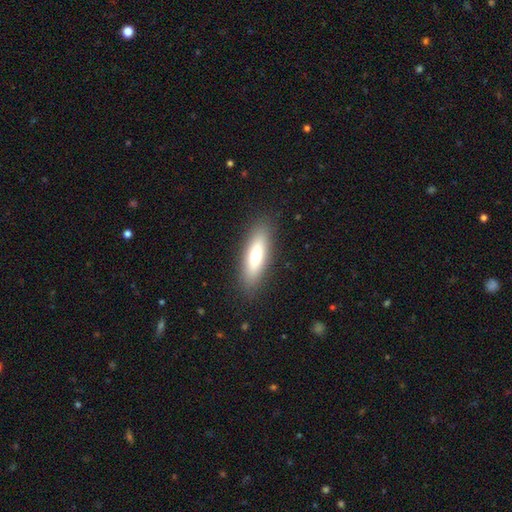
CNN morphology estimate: Smooth or featured: smooth — 67% (featured or disk — 26%)
How rounded: cigar-shaped — 54% (in between — 44%)
Merging: none — 88% (minor disturbance — 8%)